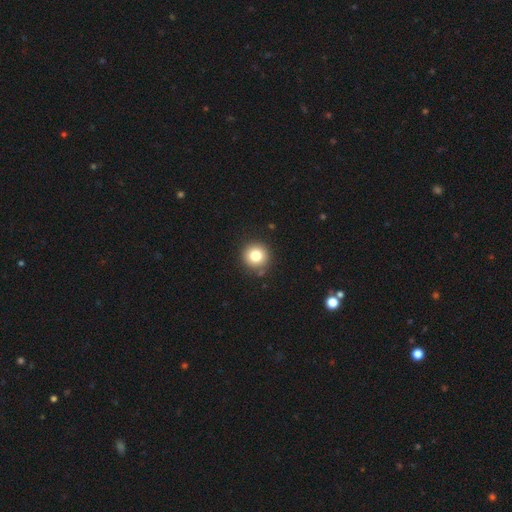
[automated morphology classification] Smooth or featured? smooth (81%)
How rounded? round (94%)
Merging? none (87%)